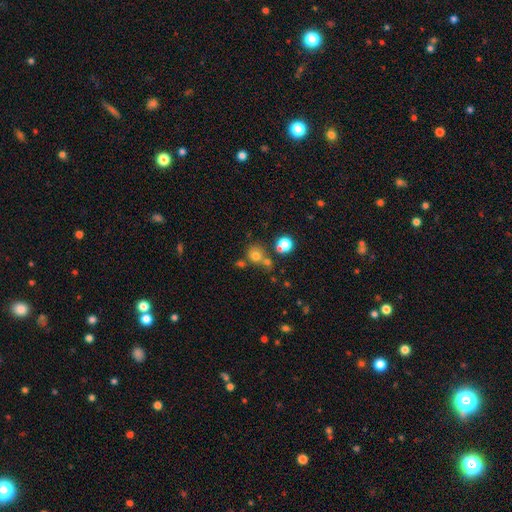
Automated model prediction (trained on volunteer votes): The model was most divided on "merging": none: 60%, merger: 25%, minor disturbance: 10%, major disturbance: 5%. More confident: how rounded — round (86%); smooth or featured — smooth (72%).